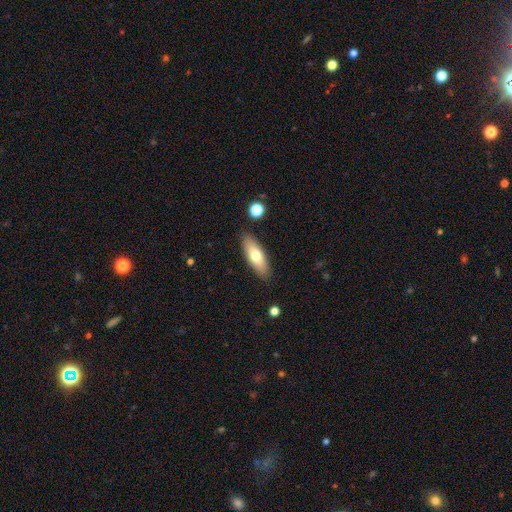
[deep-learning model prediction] smooth 69%, featured or disk 25%, star or artifact 6%. Down the decision tree: how rounded — in between (63%); merging — none (87%).